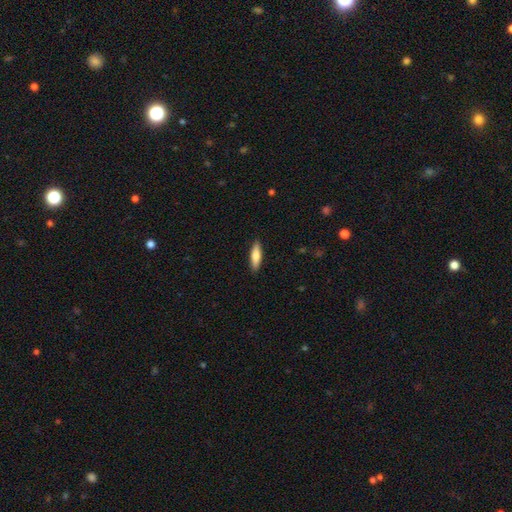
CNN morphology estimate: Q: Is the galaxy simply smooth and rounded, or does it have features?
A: smooth — 75%.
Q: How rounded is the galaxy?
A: cigar-shaped — 63%.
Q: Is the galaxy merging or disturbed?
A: none — 89%.